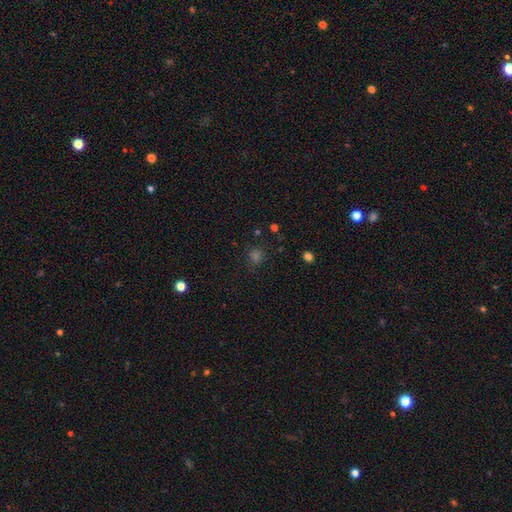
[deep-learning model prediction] This appears to be a smooth galaxy with no disk features (61%) that is round (86%). Merging: none (84%).